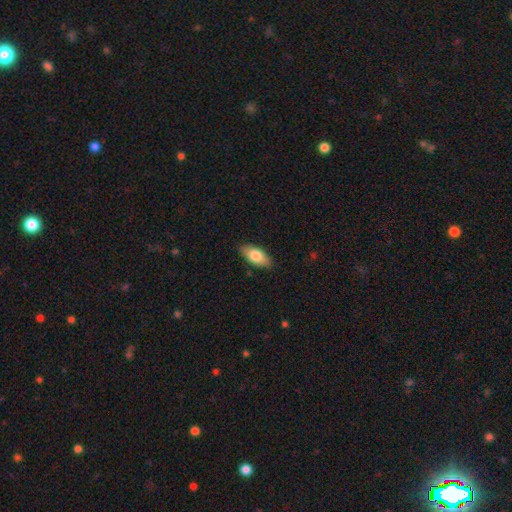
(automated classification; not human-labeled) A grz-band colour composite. It shows a smooth galaxy with no disk features (78%) that is in between round and cigar-shaped (89%). Merging: none (87%).